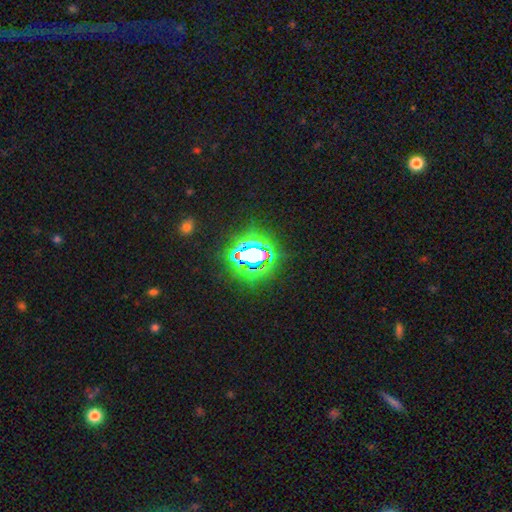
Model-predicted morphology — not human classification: type=star or artifact (73%).